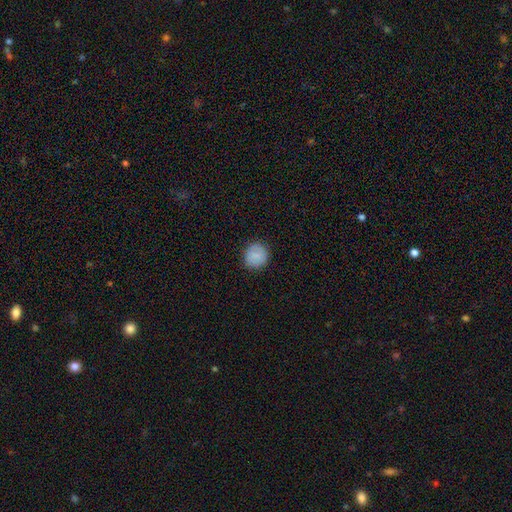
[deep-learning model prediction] A smooth galaxy with no disk features (86%) that is round (92%). Merging: none (89%).